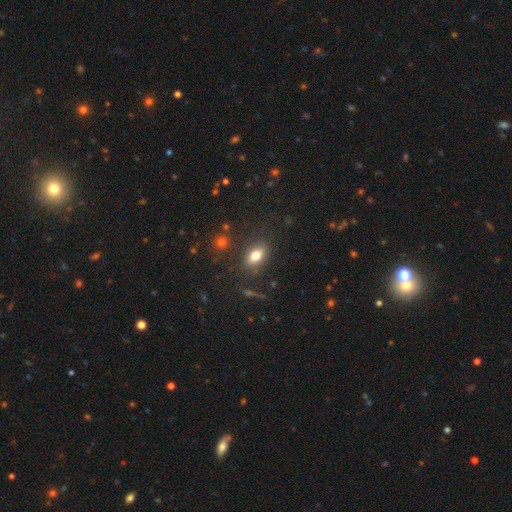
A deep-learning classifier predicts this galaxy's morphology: Overall: smooth (79%). How rounded: in between (84%). Merging: none (82%).